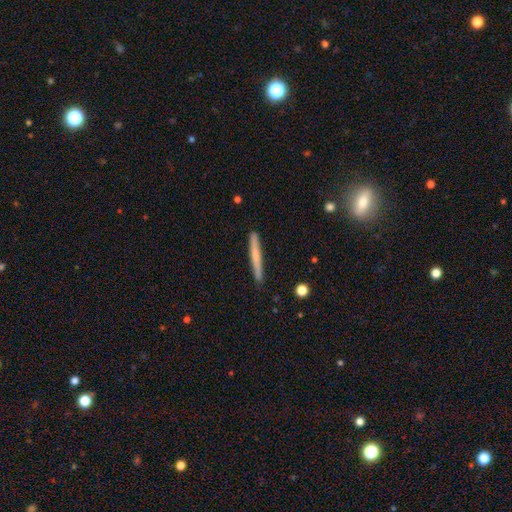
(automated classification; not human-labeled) Q: Smooth or featured?
A: smooth (59%); runner-up: featured or disk (36%)
Q: How rounded?
A: cigar-shaped (97%); runner-up: in between (2%)
Q: Merging?
A: none (90%); runner-up: minor disturbance (7%)